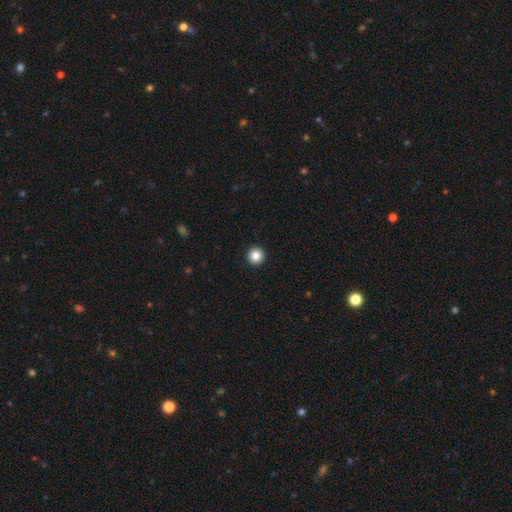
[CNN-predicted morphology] This is clearly a smooth galaxy (85%). How rounded: clearly round (96%). Merging: clearly none (94%).